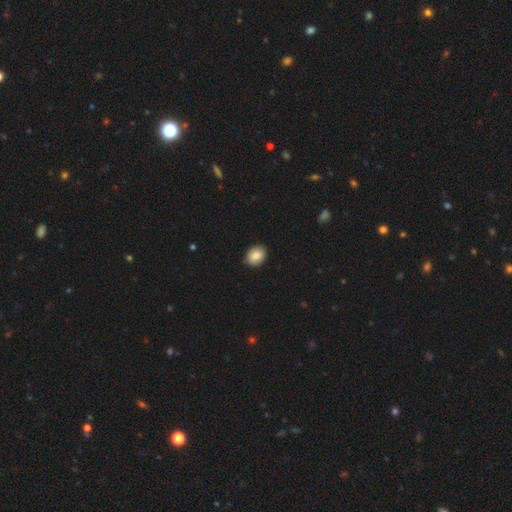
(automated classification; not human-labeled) Smooth or featured?
  - smooth: 84% *
  - featured or disk: 8%
  - star or artifact: 7%
How rounded?
  - in between: 57% *
  - round: 42%
  - cigar-shaped: 1%
Merging?
  - none: 87% *
  - minor disturbance: 10%
  - major disturbance: 2%
  - merger: 1%